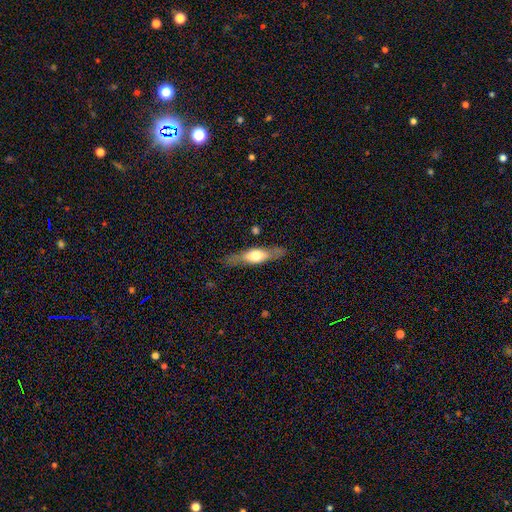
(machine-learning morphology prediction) A featured or disk galaxy (53%) viewed edge-on (84%).

Vote fractions:
- Smooth or featured? featured or disk: 53% / smooth: 41% / star or artifact: 6%
- Edge-on disk? yes: 84% / no: 16%
- Merging? none: 81% / minor disturbance: 14% / major disturbance: 4% / merger: 2%